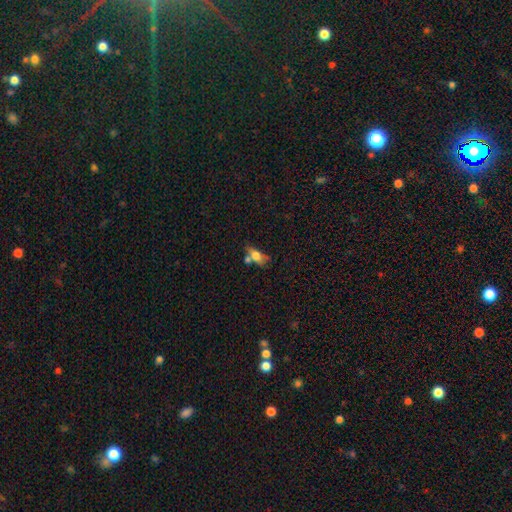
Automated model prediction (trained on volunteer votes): Smooth or featured?
  - smooth: 61% *
  - featured or disk: 30%
  - star or artifact: 10%
How rounded?
  - in between: 74% *
  - cigar-shaped: 15%
  - round: 11%
Merging?
  - none: 37% *
  - merger: 33%
  - minor disturbance: 18%
  - major disturbance: 12%